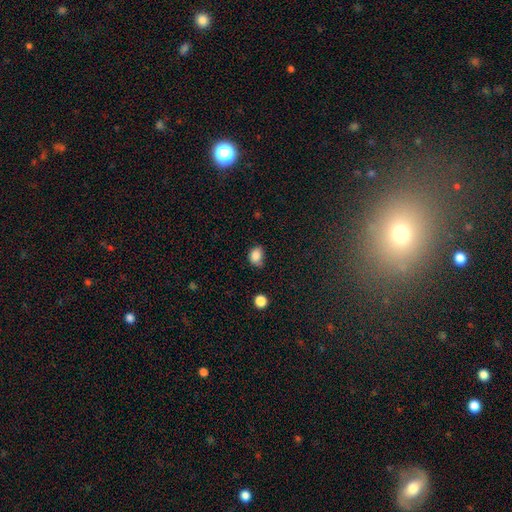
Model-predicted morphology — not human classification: A smooth galaxy with no disk features (85%) that is in between round and cigar-shaped (64%).

Vote fractions:
- Smooth or featured? smooth: 85% / star or artifact: 10% / featured or disk: 5%
- How rounded? in between: 64% / round: 35% / cigar-shaped: 1%
- Merging? none: 55% / minor disturbance: 34% / major disturbance: 7% / merger: 4%